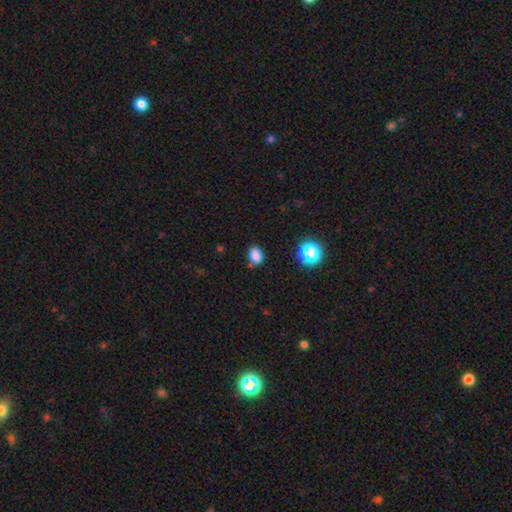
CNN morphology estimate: Smooth or featured?
  - smooth: 80% *
  - star or artifact: 15%
  - featured or disk: 5%
How rounded?
  - in between: 66% *
  - round: 33%
  - cigar-shaped: 1%
Merging?
  - none: 76% *
  - minor disturbance: 16%
  - merger: 4%
  - major disturbance: 3%